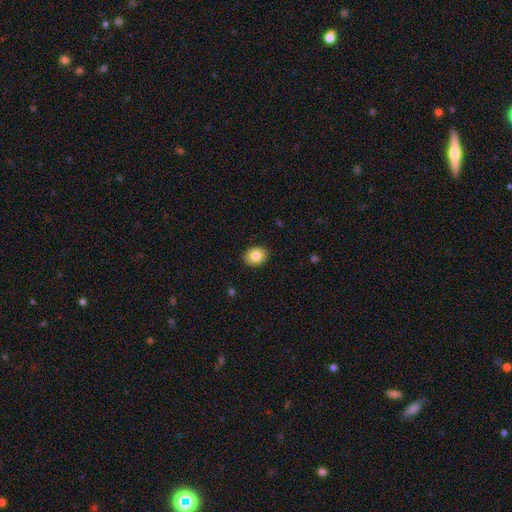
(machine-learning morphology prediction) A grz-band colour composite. It shows a smooth galaxy with no disk features (84%) that is round (51%). Merging: none (90%).